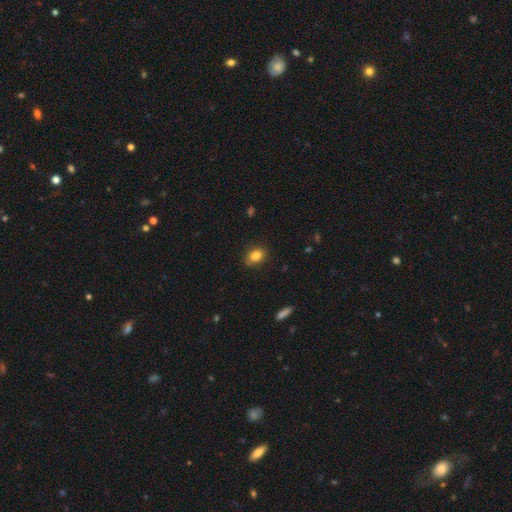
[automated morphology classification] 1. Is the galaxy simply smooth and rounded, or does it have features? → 83% smooth, 10% star or artifact, 8% featured or disk.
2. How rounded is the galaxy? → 61% in between, 38% round, 1% cigar-shaped.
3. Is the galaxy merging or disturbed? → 81% none, 14% minor disturbance, 3% major disturbance, 2% merger.